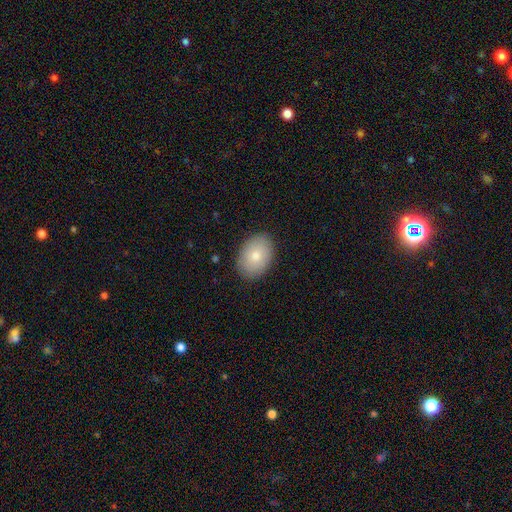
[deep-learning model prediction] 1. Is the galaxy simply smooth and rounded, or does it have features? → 80% smooth, 13% featured or disk, 7% star or artifact.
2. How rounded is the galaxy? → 84% in between, 15% round, 1% cigar-shaped.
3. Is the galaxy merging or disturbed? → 88% none, 9% minor disturbance, 2% major disturbance, 1% merger.